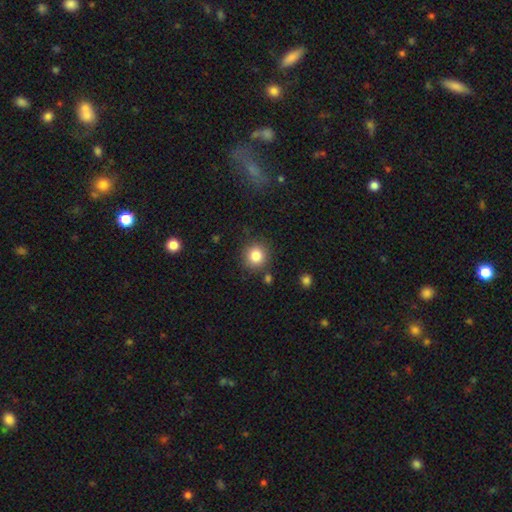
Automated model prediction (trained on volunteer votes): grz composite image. It shows a smooth galaxy with no disk features (84%) that is round (91%). Merging: none (85%).